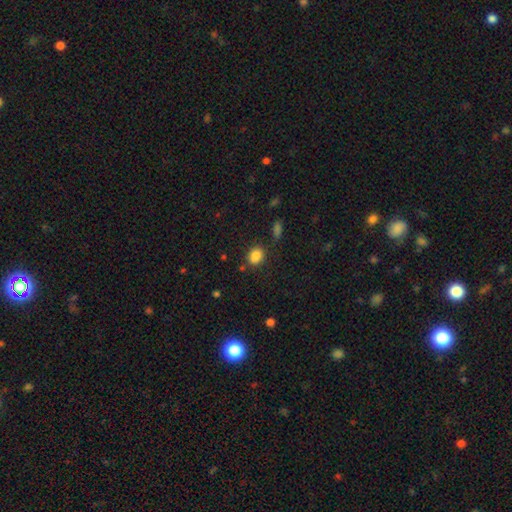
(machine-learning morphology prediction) Smooth or featured?
  - smooth: 84% *
  - star or artifact: 11%
  - featured or disk: 5%
How rounded?
  - in between: 55% *
  - round: 44%
  - cigar-shaped: 1%
Merging?
  - none: 77% *
  - minor disturbance: 14%
  - merger: 6%
  - major disturbance: 4%